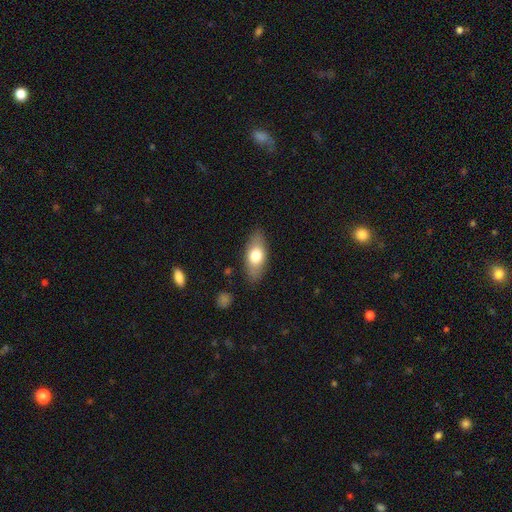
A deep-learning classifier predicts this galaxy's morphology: Smooth or featured? smooth (69%)
How rounded? in between (81%)
Merging? none (84%)